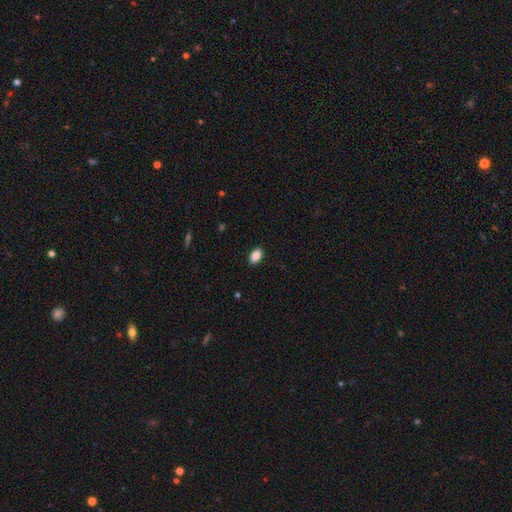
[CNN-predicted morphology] smooth 87%, star or artifact 8%, featured or disk 5%. Down the decision tree: how rounded — in between (91%); merging — none (89%).